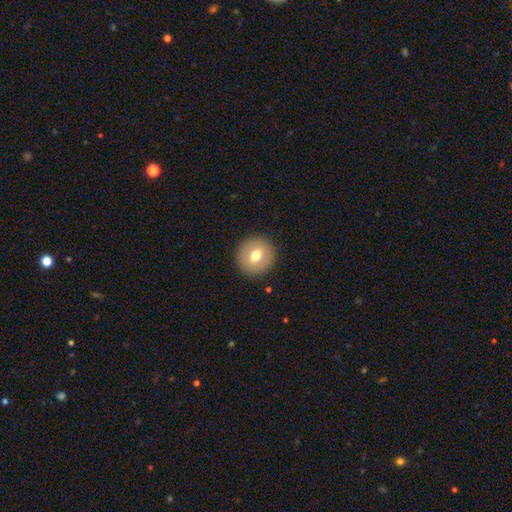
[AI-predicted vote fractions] A smooth galaxy with no disk features (70%) that is round (93%).

Vote fractions:
- Smooth or featured? smooth: 70% / featured or disk: 21% / star or artifact: 8%
- How rounded? round: 93% / in between: 6% / cigar-shaped: 1%
- Merging? none: 91% / minor disturbance: 6% / major disturbance: 2% / merger: 1%